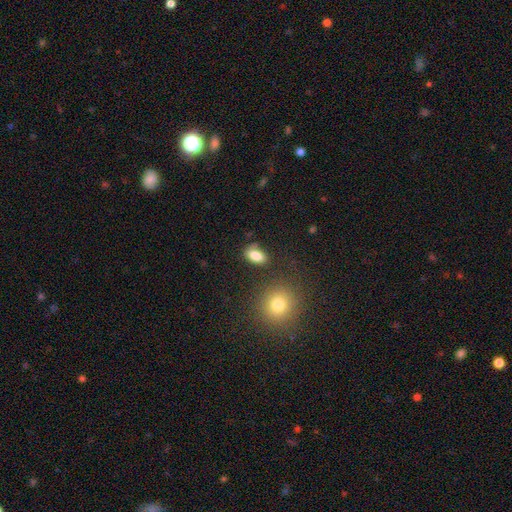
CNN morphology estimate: A smooth galaxy with no disk features (85%) that is in between round and cigar-shaped (89%).

Vote fractions:
- Smooth or featured? smooth: 85% / star or artifact: 9% / featured or disk: 6%
- How rounded? in between: 89% / round: 8% / cigar-shaped: 3%
- Merging? none: 75% / minor disturbance: 15% / merger: 5% / major disturbance: 4%